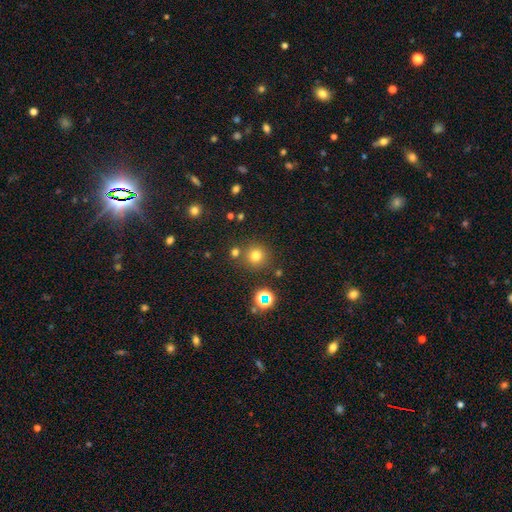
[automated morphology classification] A smooth galaxy with no disk features (73%) that is round (93%).

Vote fractions:
- Smooth or featured? smooth: 73% / star or artifact: 20% / featured or disk: 7%
- How rounded? round: 93% / in between: 6% / cigar-shaped: 1%
- Merging? none: 80% / merger: 9% / minor disturbance: 8% / major disturbance: 3%